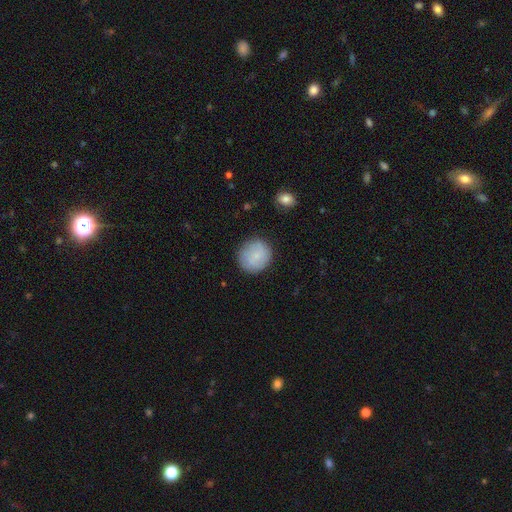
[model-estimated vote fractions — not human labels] smooth_or_featured: smooth (p=0.76) [alt: featured or disk p=0.17]
how_rounded: round (p=0.90) [alt: in between p=0.09]
merging: none (p=0.85) [alt: minor disturbance p=0.11]